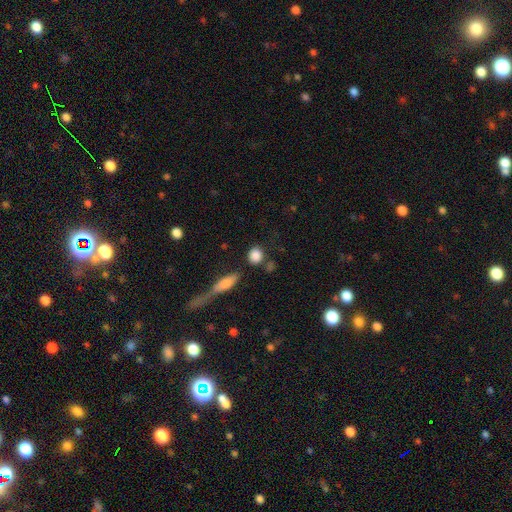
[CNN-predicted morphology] This appears to be a smooth galaxy with no disk features (86%) that is round (71%). Merging: none (72%).